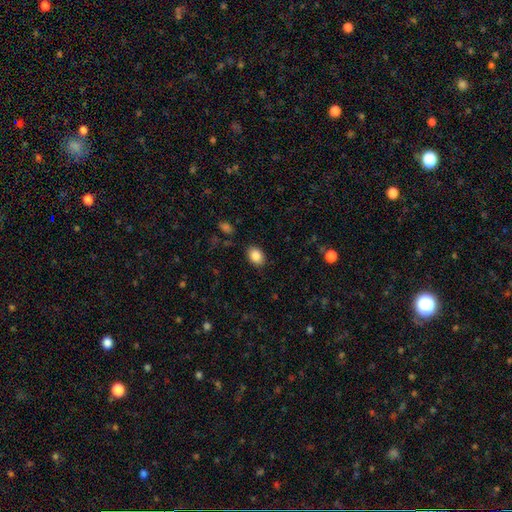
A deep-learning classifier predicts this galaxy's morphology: smooth_or_featured: smooth (p=0.87) [alt: star or artifact p=0.08]
how_rounded: in between (p=0.74) [alt: round p=0.25]
merging: none (p=0.86) [alt: minor disturbance p=0.10]